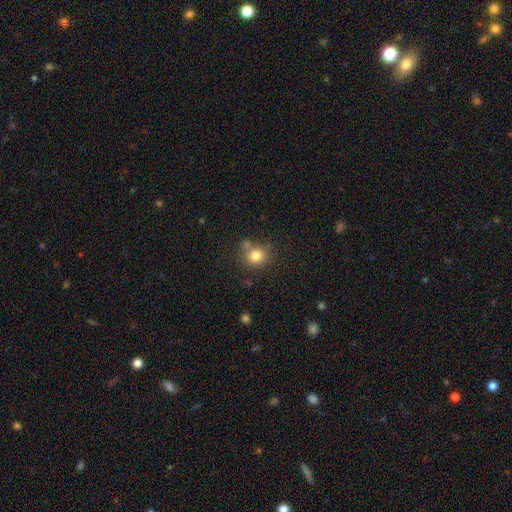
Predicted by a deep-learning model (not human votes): Morphology: type=smooth (81%); roundness=round (81%); merging=none (67%).